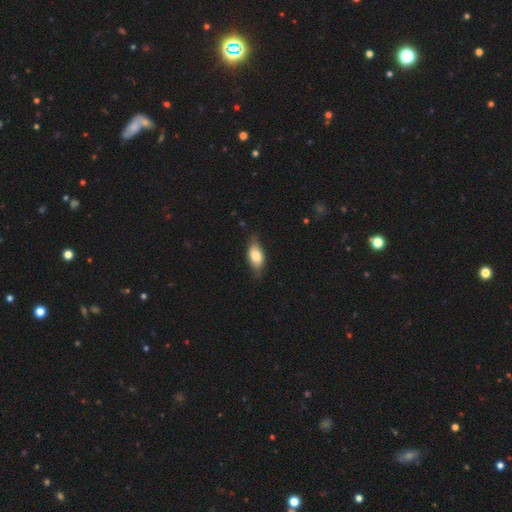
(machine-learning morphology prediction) Smooth or featured? Predicted: smooth (p=0.72). How rounded? Predicted: in between (p=0.87). Merging? Predicted: none (p=0.71).